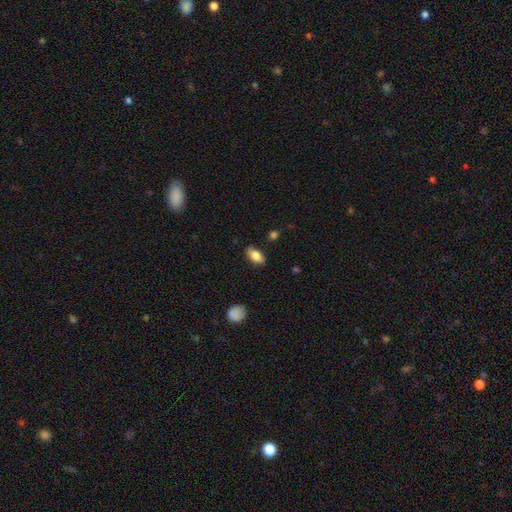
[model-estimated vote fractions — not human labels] Q: Smooth or featured?
A: smooth (82%); runner-up: featured or disk (11%)
Q: How rounded?
A: in between (90%); runner-up: cigar-shaped (5%)
Q: Merging?
A: none (83%); runner-up: minor disturbance (13%)